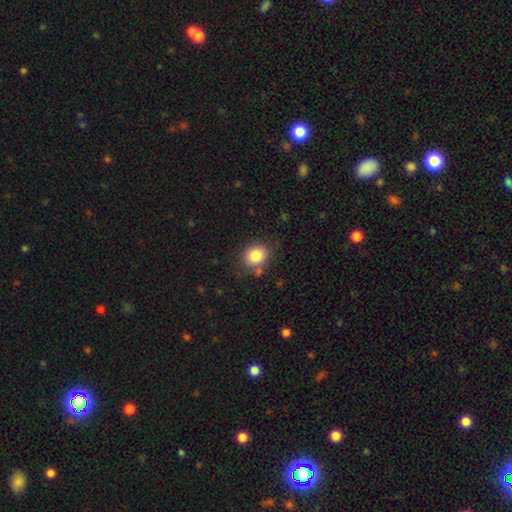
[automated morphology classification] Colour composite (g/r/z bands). It shows a smooth galaxy with no disk features (84%) that is round (67%). Merging: none (80%).